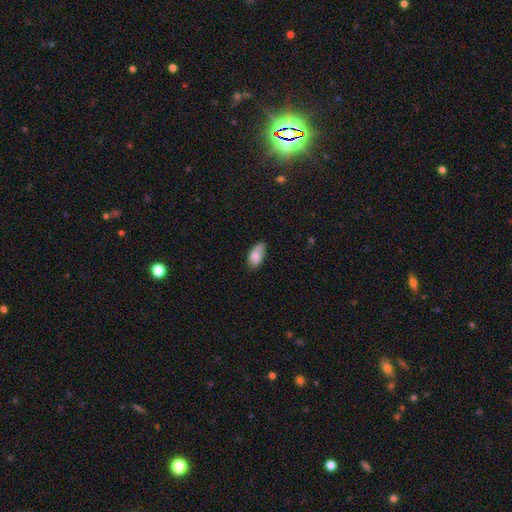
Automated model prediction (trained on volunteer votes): smooth_or_featured: smooth (p=0.78) [alt: featured or disk p=0.15]
how_rounded: in between (p=0.92) [alt: cigar-shaped p=0.05]
merging: none (p=0.69) [alt: minor disturbance p=0.25]